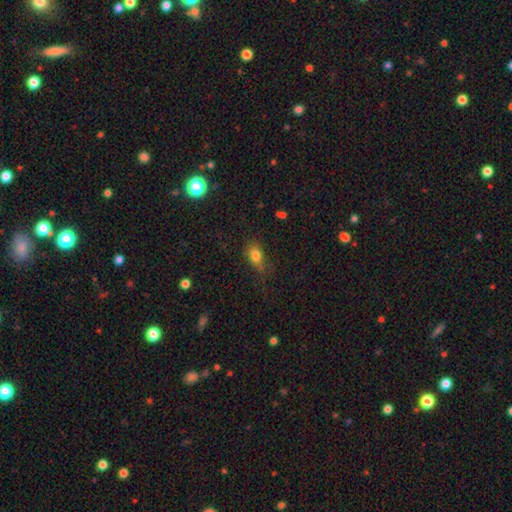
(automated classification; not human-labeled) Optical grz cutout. It shows a smooth galaxy with no disk features (80%) that is in between round and cigar-shaped (74%). Merging: none (61%).